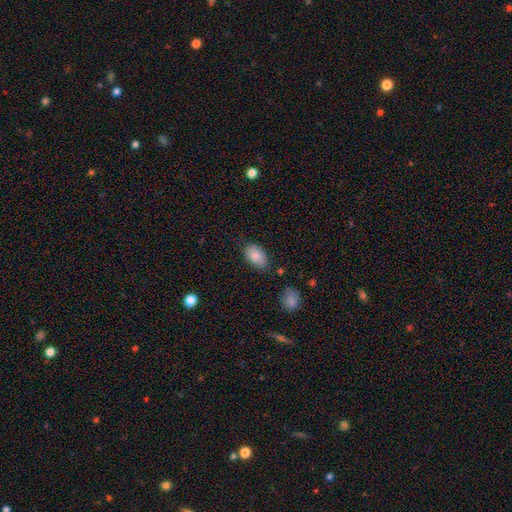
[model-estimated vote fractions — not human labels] Overall: smooth (85%). How rounded: in between (92%). Merging: none (75%).